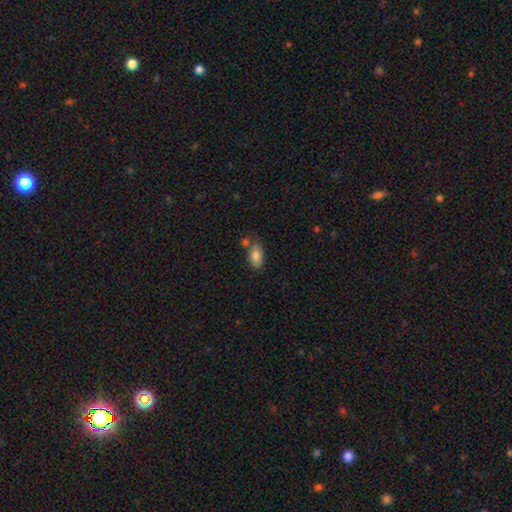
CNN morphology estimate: A smooth galaxy with no disk features (79%) that is in between round and cigar-shaped (91%). Merging: none (62%).